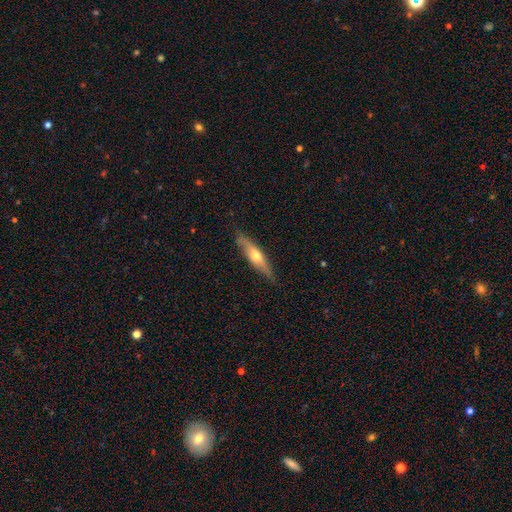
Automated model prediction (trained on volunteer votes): A featured or disk galaxy (54%) viewed edge-on (88%).

Vote fractions:
- Smooth or featured? featured or disk: 54% / smooth: 41% / star or artifact: 6%
- Edge-on disk? yes: 88% / no: 12%
- Merging? none: 83% / minor disturbance: 14% / major disturbance: 3% / merger: 1%